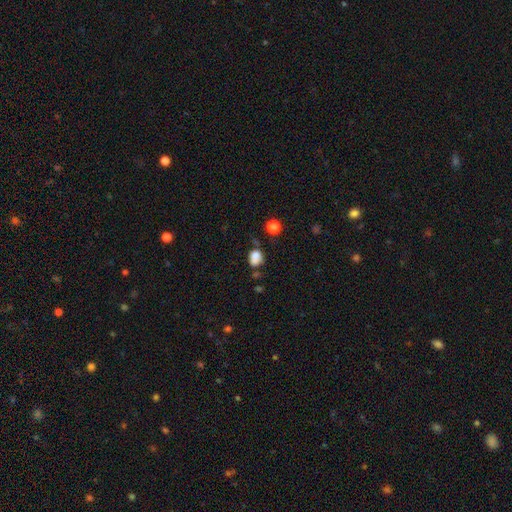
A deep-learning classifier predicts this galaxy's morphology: Smooth or featured? smooth (78%)
How rounded? round (51%)
Merging? none (44%)